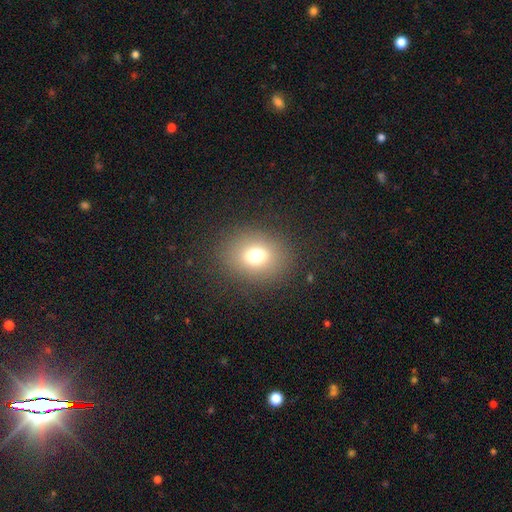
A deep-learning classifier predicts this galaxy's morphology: smooth_or_featured: smooth (p=0.73) [alt: star or artifact p=0.15]
how_rounded: round (p=0.55) [alt: in between p=0.44]
merging: none (p=0.85) [alt: minor disturbance p=0.08]